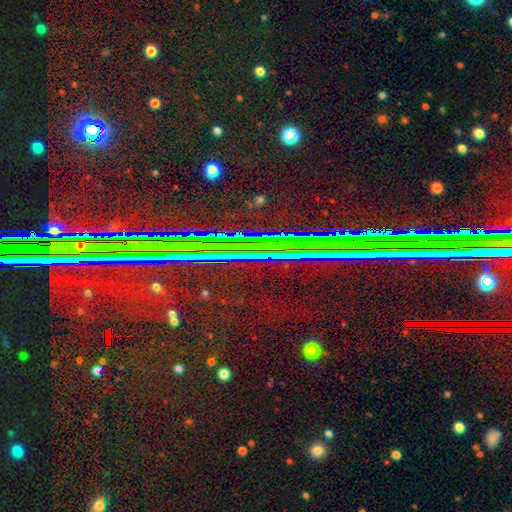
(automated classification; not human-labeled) Morphology: type=star or artifact (84%).